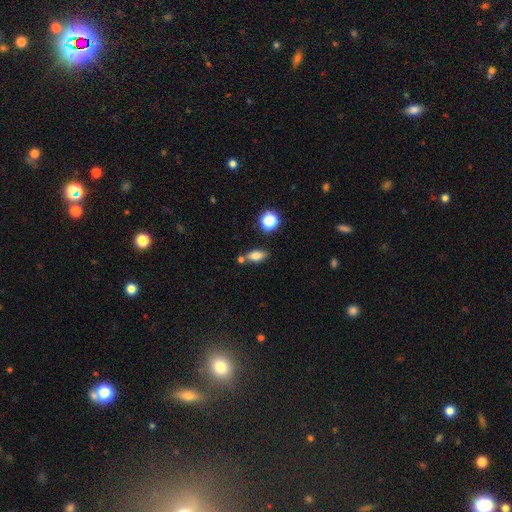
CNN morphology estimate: Smooth or featured?
  - smooth: 77% *
  - featured or disk: 13%
  - star or artifact: 11%
How rounded?
  - in between: 79% *
  - round: 11%
  - cigar-shaped: 10%
Merging?
  - none: 68% *
  - merger: 15%
  - minor disturbance: 14%
  - major disturbance: 4%